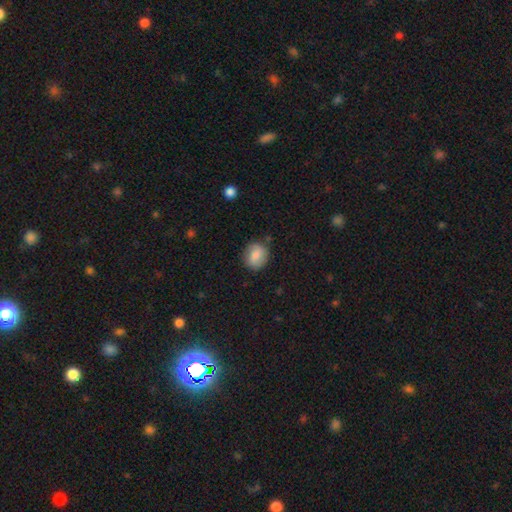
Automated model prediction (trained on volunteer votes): This is likely a smooth galaxy (79%). How rounded: likely round (66%). Merging: likely none (78%).